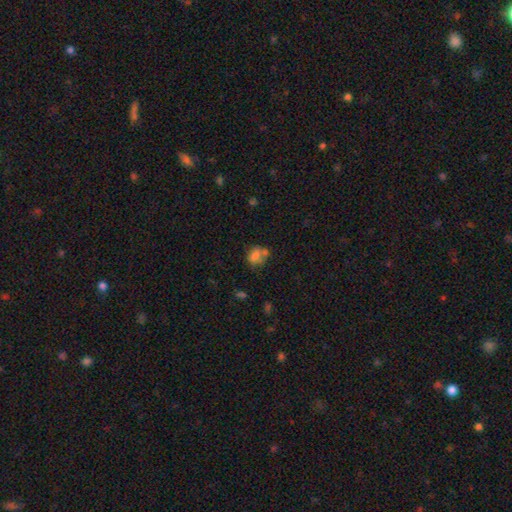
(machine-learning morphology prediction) Smooth or featured: smooth — 72% (featured or disk — 16%)
How rounded: in between — 56% (round — 43%)
Merging: none — 40% (merger — 32%)